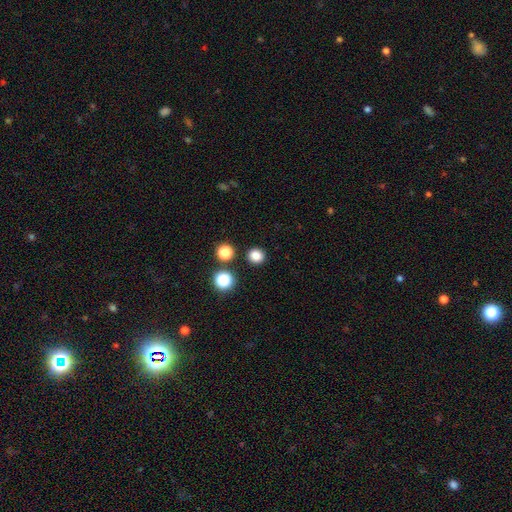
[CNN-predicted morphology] A smooth galaxy with no disk features (83%) that is round (89%).

Vote fractions:
- Smooth or featured? smooth: 83% / star or artifact: 14% / featured or disk: 4%
- How rounded? round: 89% / in between: 10% / cigar-shaped: 1%
- Merging? none: 89% / minor disturbance: 6% / merger: 3% / major disturbance: 2%